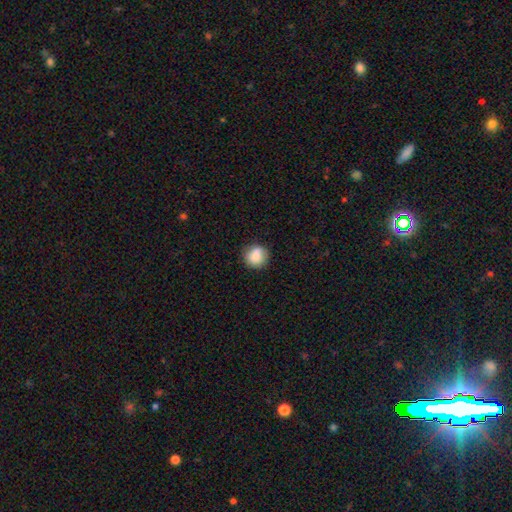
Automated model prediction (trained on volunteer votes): Overall: smooth (86%). How rounded: round (80%). Merging: none (81%).